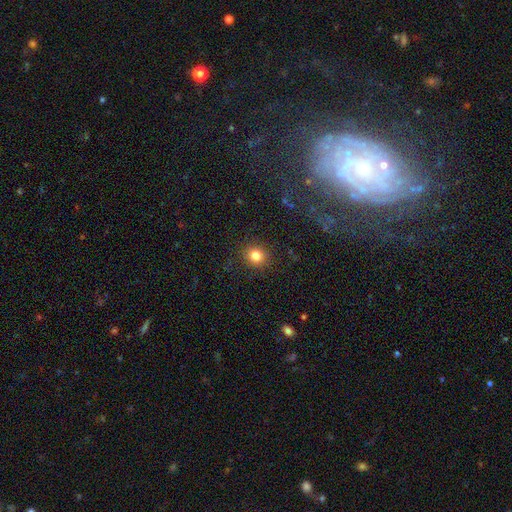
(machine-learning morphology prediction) A smooth galaxy with no disk features (82%) that is round (88%).

Vote fractions:
- Smooth or featured? smooth: 82% / star or artifact: 12% / featured or disk: 6%
- How rounded? round: 88% / in between: 11% / cigar-shaped: 1%
- Merging? none: 90% / minor disturbance: 6% / major disturbance: 3% / merger: 1%